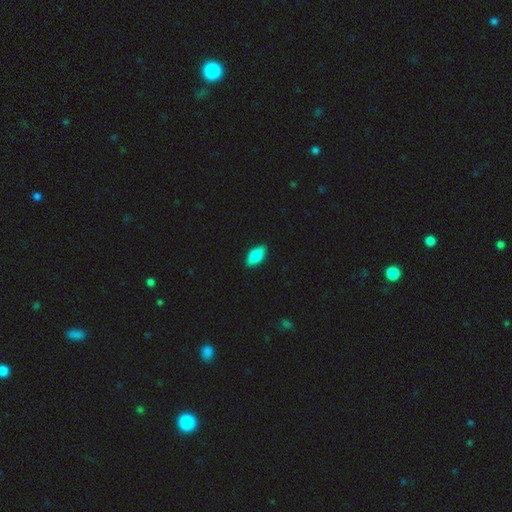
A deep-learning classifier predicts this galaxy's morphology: A smooth galaxy with no disk features (81%) that is in between round and cigar-shaped (89%). Merging: none (89%).